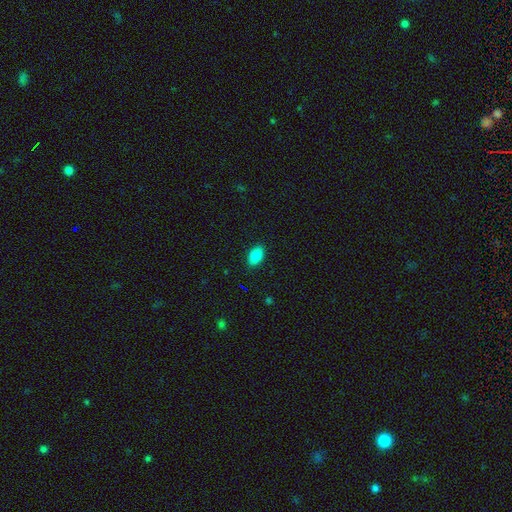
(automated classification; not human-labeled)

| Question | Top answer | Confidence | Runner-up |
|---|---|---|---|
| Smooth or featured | smooth | 86% | star or artifact (8%) |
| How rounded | in between | 92% | round (5%) |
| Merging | none | 89% | minor disturbance (8%) |